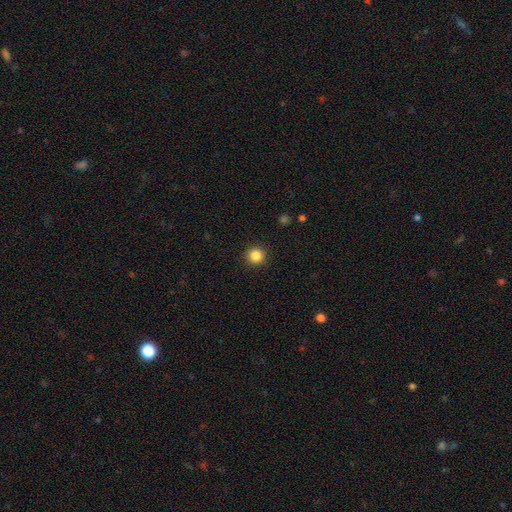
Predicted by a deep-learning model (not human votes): smooth 85%, star or artifact 11%, featured or disk 4%. Down the decision tree: how rounded — round (95%); merging — none (93%).